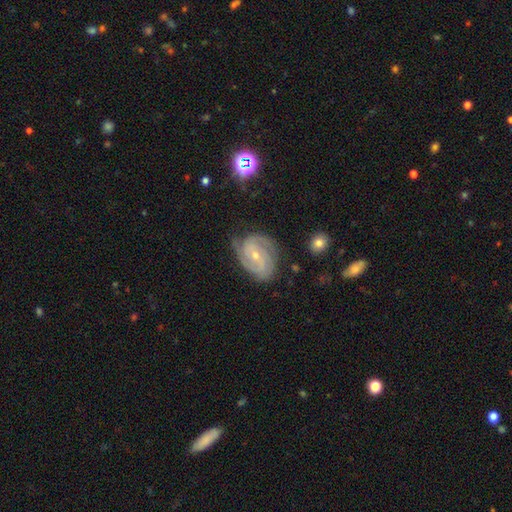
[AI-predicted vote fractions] Morphology: type=featured or disk (85%); edge-on=no (97%); bar=no (47%); spiral arms=yes (97%); winding=tight (59%); arm count=2 (35%); bulge=small (64%); merging=none (66%).